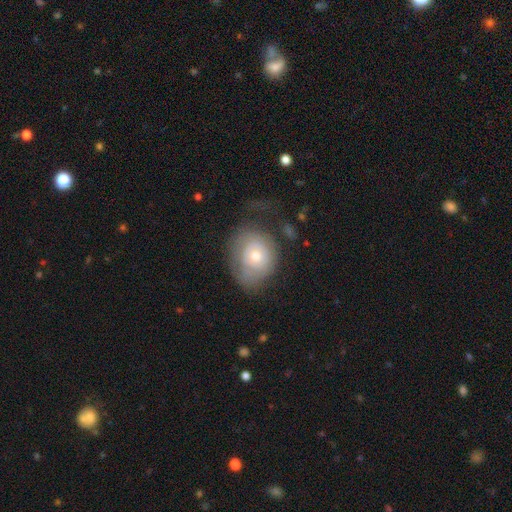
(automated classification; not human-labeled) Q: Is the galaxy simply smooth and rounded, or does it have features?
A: smooth — 53%.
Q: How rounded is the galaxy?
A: round — 62%.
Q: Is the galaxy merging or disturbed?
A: none — 40%.